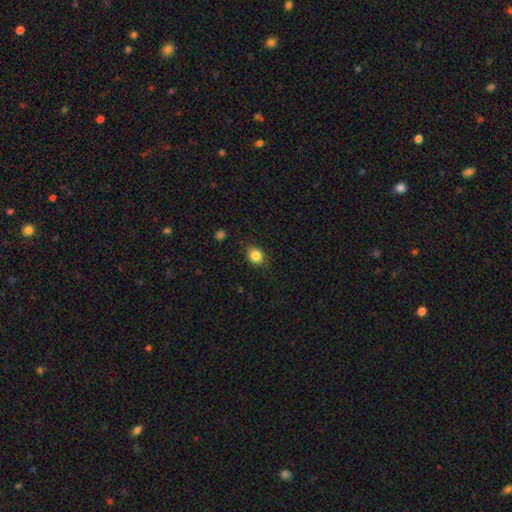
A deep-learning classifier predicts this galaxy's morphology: A smooth galaxy with no disk features (85%) that is in between round and cigar-shaped (51%). Merging: none (85%).